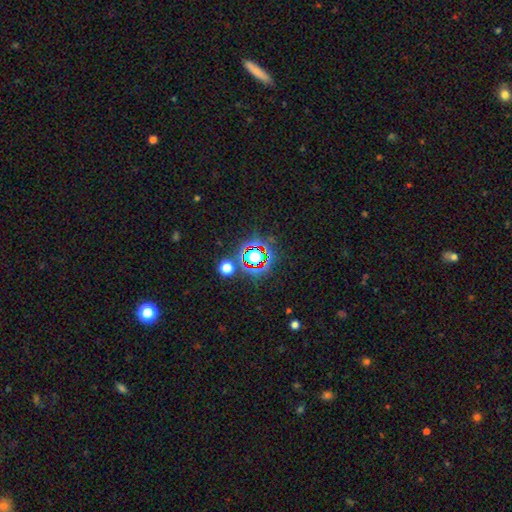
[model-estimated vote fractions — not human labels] Smooth or featured?
  - star or artifact: 66% *
  - smooth: 23%
  - featured or disk: 11%